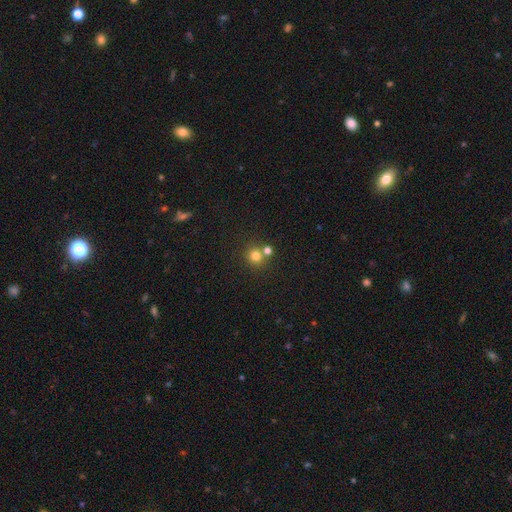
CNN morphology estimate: This is likely a smooth galaxy (77%). How rounded: clearly round (90%). Merging: likely none (65%).